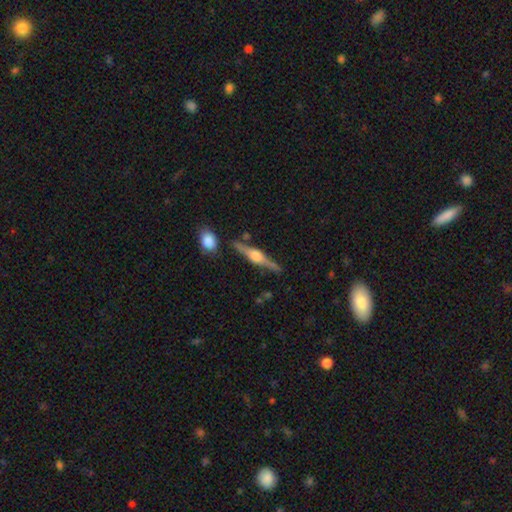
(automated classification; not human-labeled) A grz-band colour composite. It shows a featured or disk galaxy (81%) viewed edge-on (98%) with a rounded central bulge (90%). Merging: none (83%).